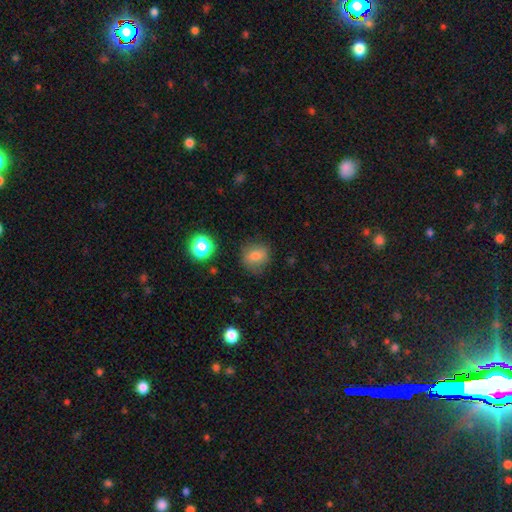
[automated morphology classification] Smooth or featured?
  - smooth: 76% *
  - star or artifact: 13%
  - featured or disk: 10%
How rounded?
  - round: 79% *
  - in between: 20%
  - cigar-shaped: 1%
Merging?
  - none: 80% *
  - minor disturbance: 14%
  - major disturbance: 4%
  - merger: 2%